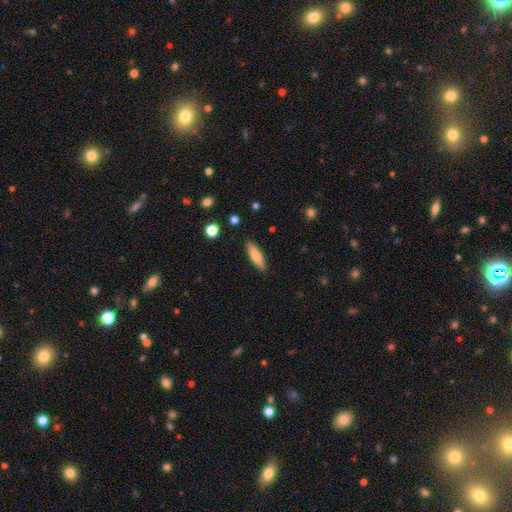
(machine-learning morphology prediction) smooth-or-featured: smooth: 68% | featured or disk: 25% | star or artifact: 6%
  how-rounded: cigar-shaped: 61% | in between: 37% | round: 2%
  merging: none: 88% | minor disturbance: 9% | major disturbance: 2% | merger: 1%